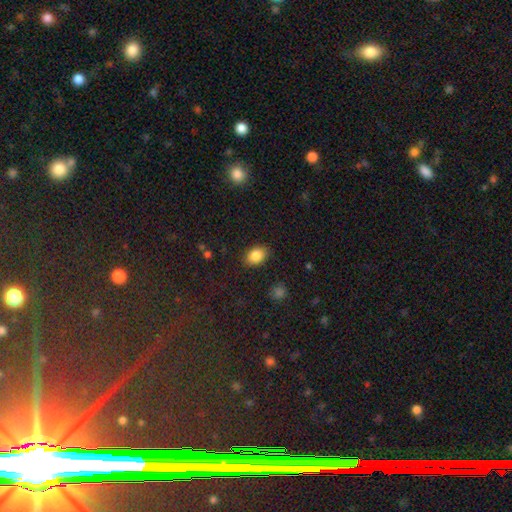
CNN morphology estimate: Overall: smooth (85%). How rounded: in between (75%). Merging: none (86%).